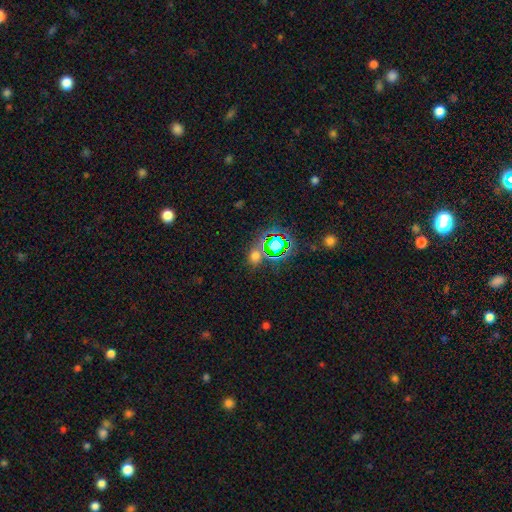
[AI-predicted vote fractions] smooth_or_featured: smooth (p=0.48) [alt: star or artifact p=0.45]
merging: none (p=0.74) [alt: merger p=0.12]